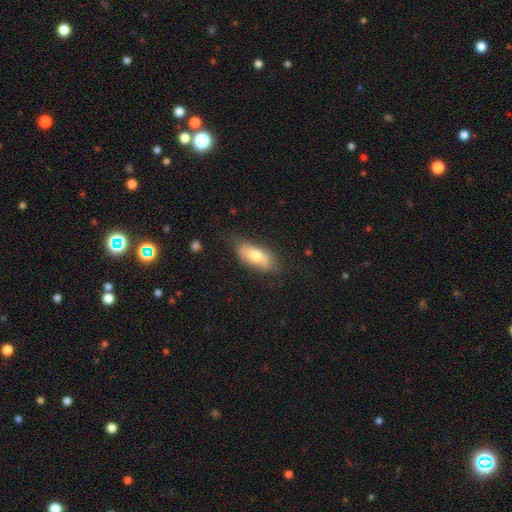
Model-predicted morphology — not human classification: smooth 71%, featured or disk 22%, star or artifact 7%. Down the decision tree: how rounded — in between (85%); merging — none (68%).